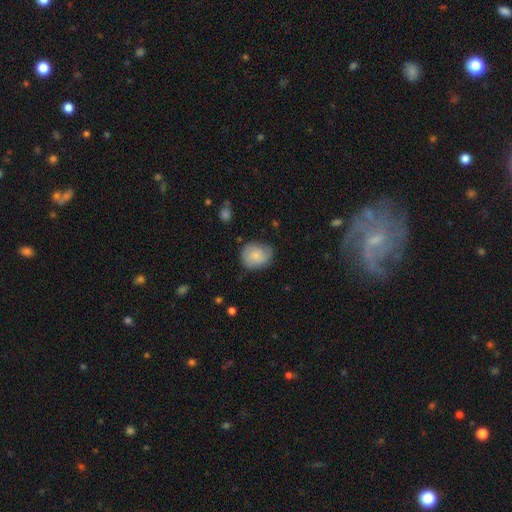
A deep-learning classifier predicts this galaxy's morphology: This is likely a smooth galaxy (70%). How rounded: likely round (65%). Merging: likely none (68%).